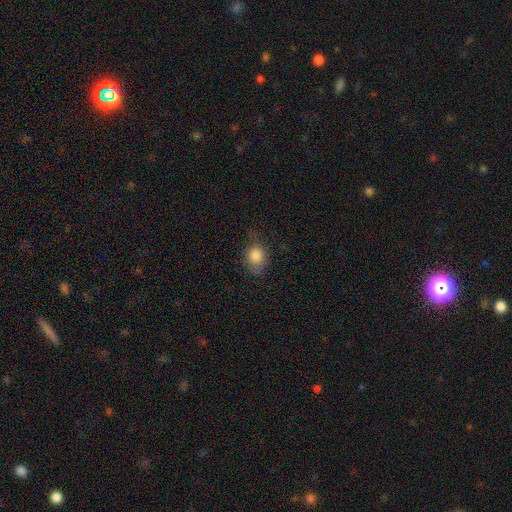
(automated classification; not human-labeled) Overall: smooth (85%). How rounded: round (53%; in between 46%). Merging: none (61%; minor disturbance 28%).